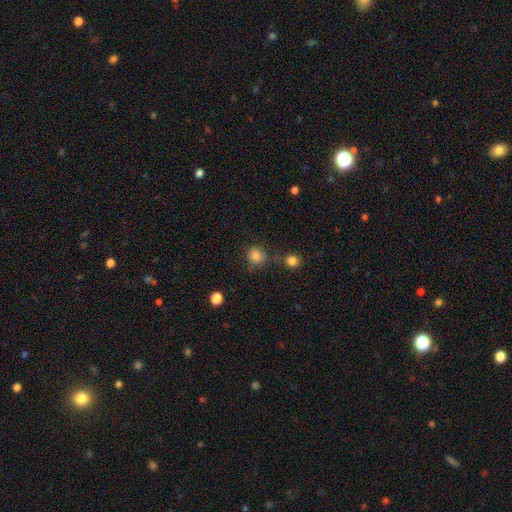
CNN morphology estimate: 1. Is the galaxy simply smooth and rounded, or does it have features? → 82% smooth, 12% star or artifact, 6% featured or disk.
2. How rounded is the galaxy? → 84% round, 15% in between, 1% cigar-shaped.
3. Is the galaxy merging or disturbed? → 69% none, 18% minor disturbance, 8% merger, 5% major disturbance.